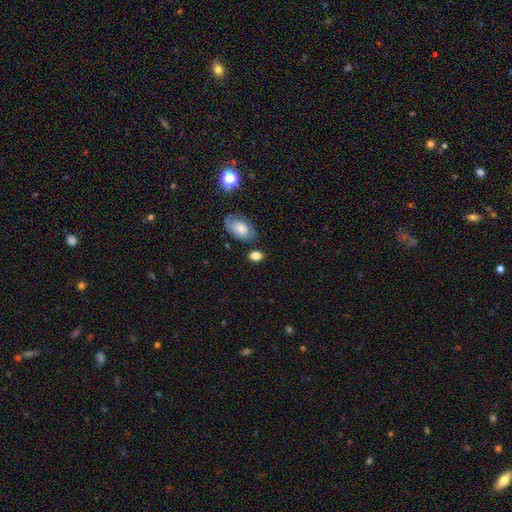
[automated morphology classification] Smooth or featured?
  - smooth: 81% *
  - star or artifact: 10%
  - featured or disk: 10%
How rounded?
  - in between: 74% *
  - round: 24%
  - cigar-shaped: 2%
Merging?
  - none: 70% *
  - minor disturbance: 16%
  - merger: 9%
  - major disturbance: 5%